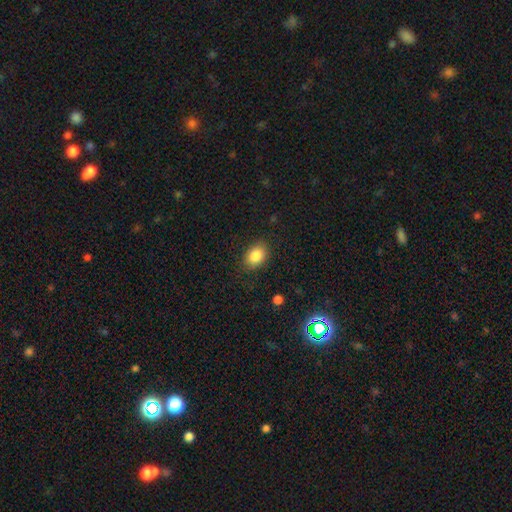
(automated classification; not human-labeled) Smooth or featured? Predicted: smooth (p=0.85). How rounded? Predicted: in between (p=0.74). Merging? Predicted: none (p=0.84).